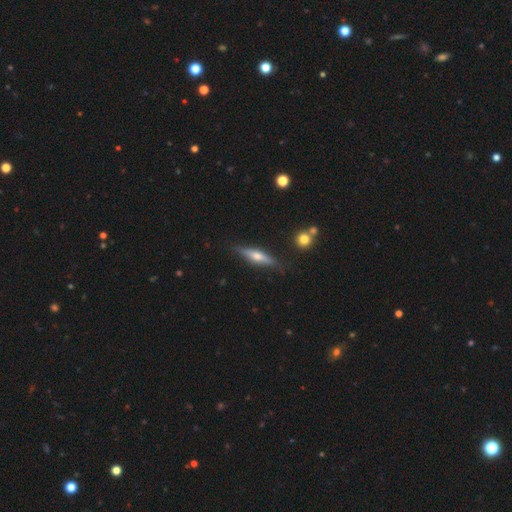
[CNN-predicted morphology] Smooth or featured? Predicted: featured or disk (p=0.65). Edge-on disk? Predicted: yes (p=0.95). Edge-on bulge? Predicted: rounded (p=0.88). Merging? Predicted: none (p=0.87).